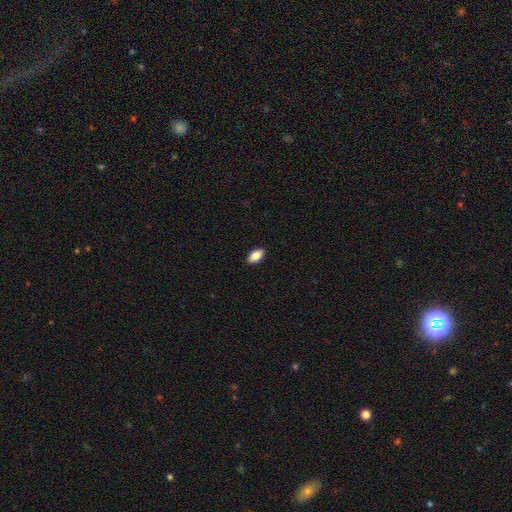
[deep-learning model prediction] smooth_or_featured: smooth (p=0.86) [alt: star or artifact p=0.07]
how_rounded: in between (p=0.93) [alt: round p=0.04]
merging: none (p=0.89) [alt: minor disturbance p=0.08]